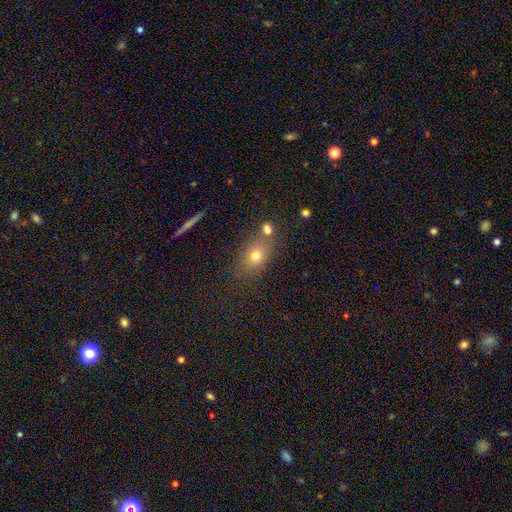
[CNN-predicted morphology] Smooth or featured?
  - smooth: 72% *
  - star or artifact: 14%
  - featured or disk: 14%
How rounded?
  - in between: 62% *
  - round: 35%
  - cigar-shaped: 3%
Merging?
  - none: 67% *
  - merger: 14%
  - minor disturbance: 14%
  - major disturbance: 5%